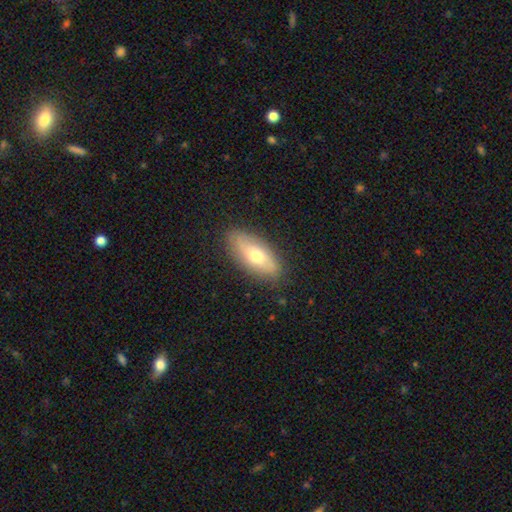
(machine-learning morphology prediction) Smooth or featured? smooth (59%)
How rounded? in between (81%)
Merging? none (85%)